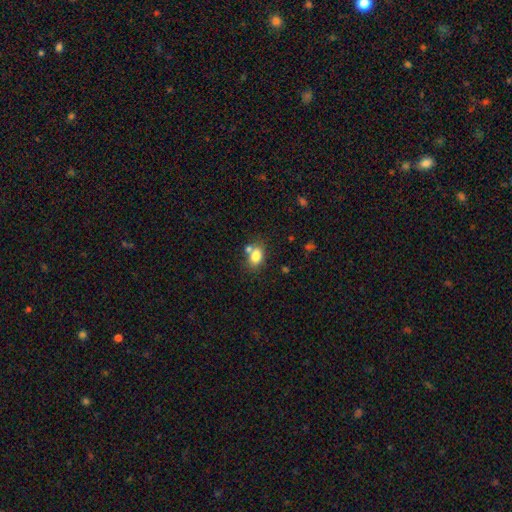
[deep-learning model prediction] The model was most divided on "merging": none: 59%, merger: 23%, minor disturbance: 13%, major disturbance: 4%. More confident: smooth or featured — smooth (80%); how rounded — in between (70%).